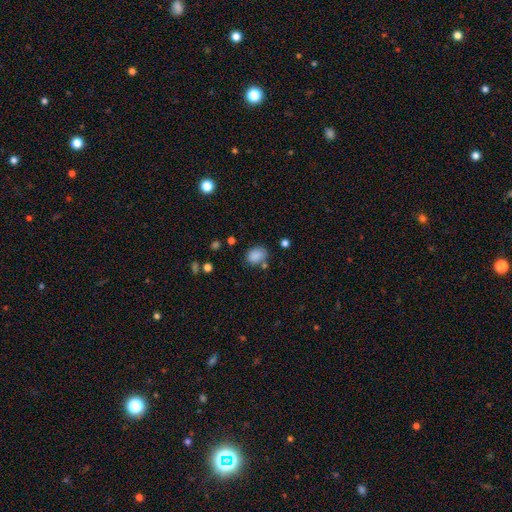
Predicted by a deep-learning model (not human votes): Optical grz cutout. It shows a smooth galaxy with no disk features (85%) that is in between round and cigar-shaped (60%). Merging: none (67%).